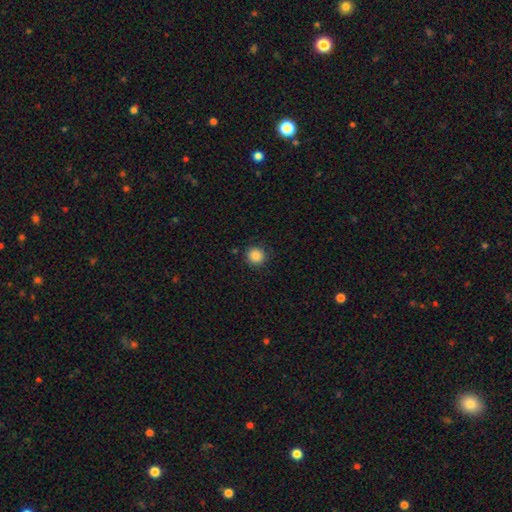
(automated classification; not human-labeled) Smooth or featured: smooth — 87% (star or artifact — 10%)
How rounded: round — 92% (in between — 7%)
Merging: none — 88% (minor disturbance — 9%)